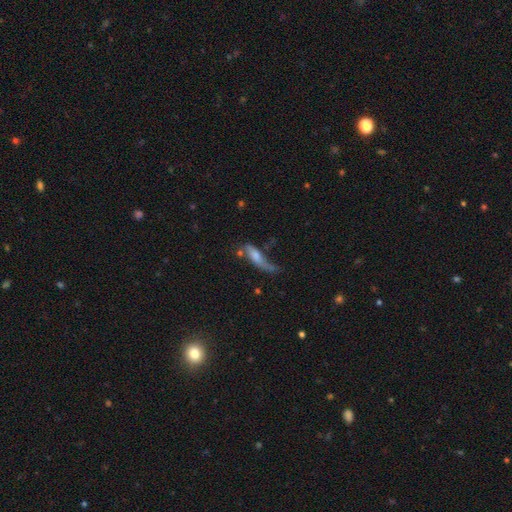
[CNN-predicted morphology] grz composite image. It shows a smooth galaxy with no disk features (59%) that is cigar-shaped (59%). Merging: major disturbance (31%).